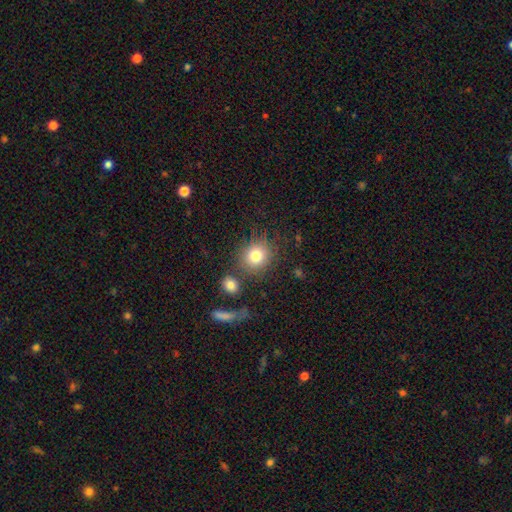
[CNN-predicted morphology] smooth_or_featured: smooth (p=0.80) [alt: star or artifact p=0.11]
how_rounded: round (p=0.84) [alt: in between p=0.15]
merging: none (p=0.77) [alt: minor disturbance p=0.11]